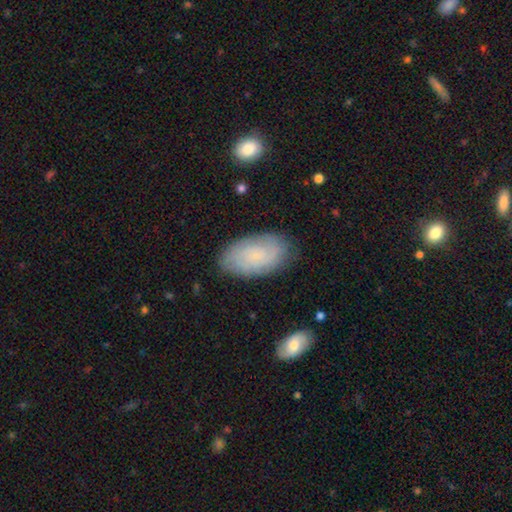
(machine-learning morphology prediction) Smooth or featured: smooth — 48% (featured or disk — 44%)
Merging: none — 80% (minor disturbance — 15%)